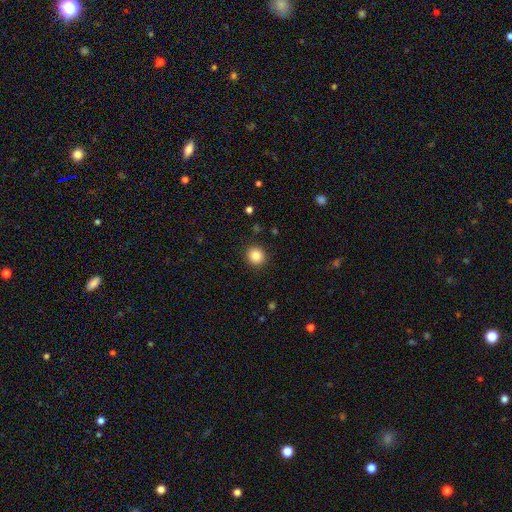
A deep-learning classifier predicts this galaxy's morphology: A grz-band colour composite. It shows a smooth galaxy with no disk features (85%) that is round (88%). Merging: none (91%).